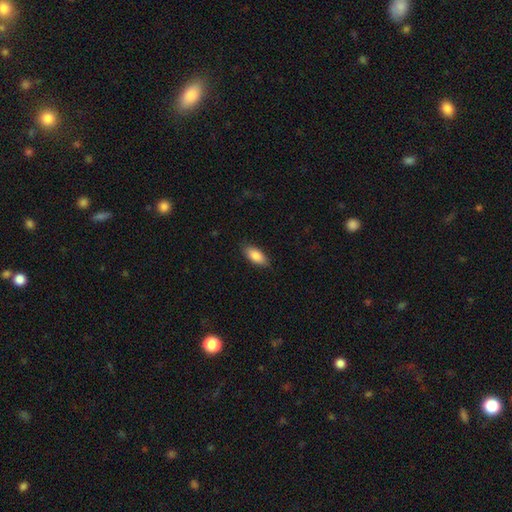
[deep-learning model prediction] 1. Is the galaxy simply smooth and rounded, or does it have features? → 84% smooth, 9% featured or disk, 6% star or artifact.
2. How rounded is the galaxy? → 86% in between, 11% cigar-shaped, 2% round.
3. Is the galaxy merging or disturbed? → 84% none, 12% minor disturbance, 2% major disturbance, 1% merger.